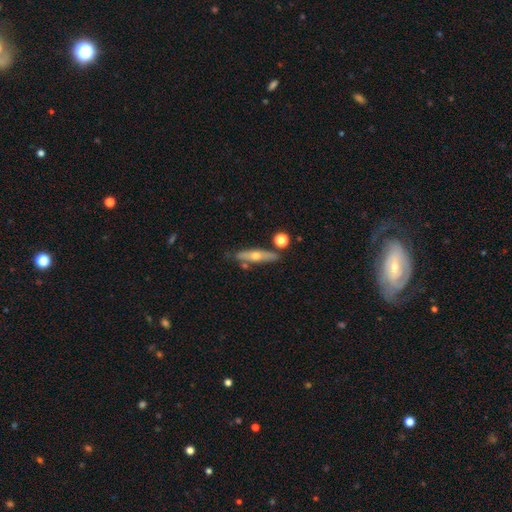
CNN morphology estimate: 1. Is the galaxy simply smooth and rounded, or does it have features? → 54% featured or disk, 39% smooth, 7% star or artifact.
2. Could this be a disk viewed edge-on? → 82% yes, 18% no.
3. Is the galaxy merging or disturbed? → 75% none, 14% minor disturbance, 8% merger, 3% major disturbance.